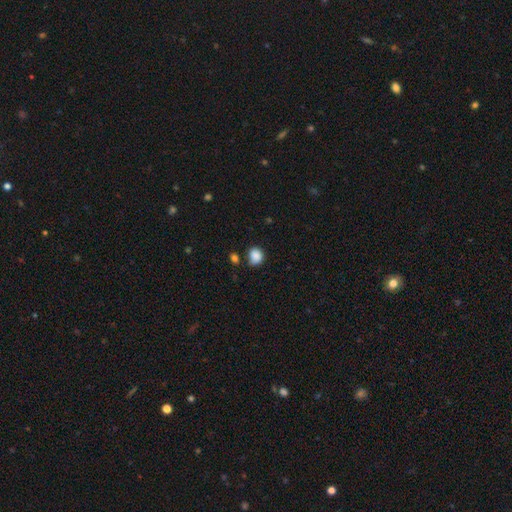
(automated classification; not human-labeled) Overall: smooth (86%). How rounded: round (68%; in between 31%). Merging: none (59%; minor disturbance 26%).